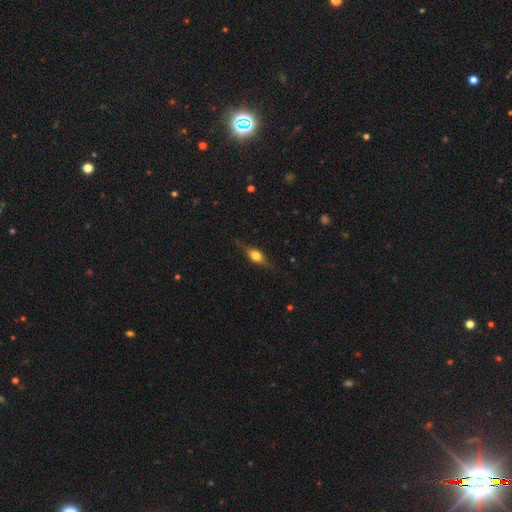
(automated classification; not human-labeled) A featured or disk galaxy (48%). Merging: none (78%).